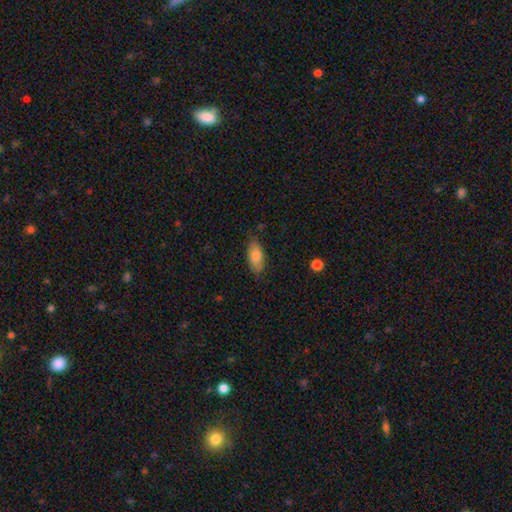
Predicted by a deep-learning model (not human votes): smooth_or_featured: smooth (p=0.80) [alt: featured or disk p=0.13]
how_rounded: in between (p=0.87) [alt: cigar-shaped p=0.11]
merging: none (p=0.78) [alt: minor disturbance p=0.17]